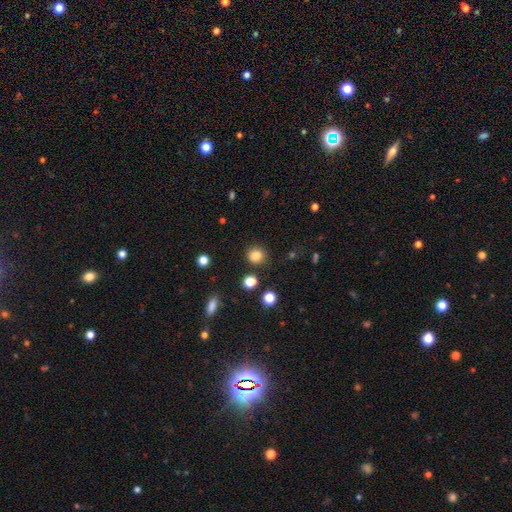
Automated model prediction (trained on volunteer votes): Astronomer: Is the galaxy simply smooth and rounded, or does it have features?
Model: smooth — 83%.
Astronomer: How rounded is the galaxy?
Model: round — 85%.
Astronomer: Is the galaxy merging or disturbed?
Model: none — 86%.